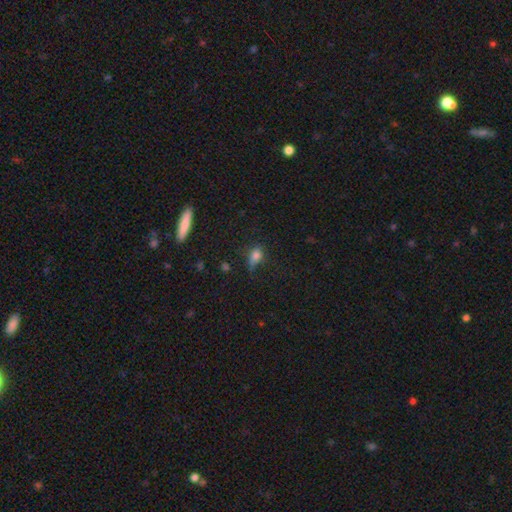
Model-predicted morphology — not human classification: This appears to be a smooth galaxy with no disk features (76%) that is in between round and cigar-shaped (71%). Merging: none (50%).